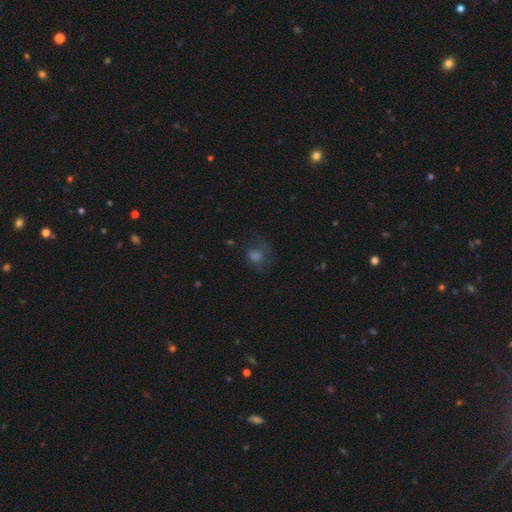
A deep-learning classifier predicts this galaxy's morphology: type=smooth (57%); roundness=round (69%); merging=none (53%).